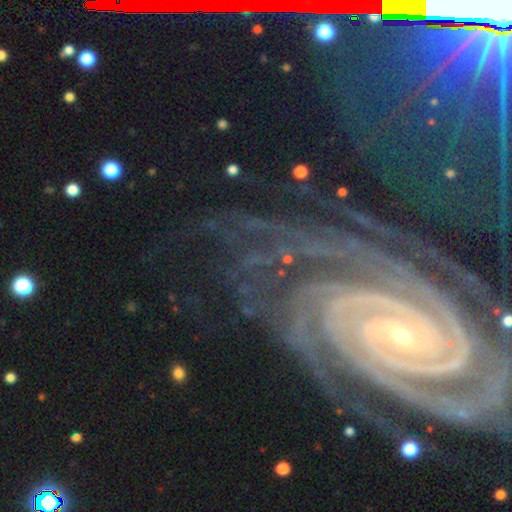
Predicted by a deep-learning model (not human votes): Smooth or featured?
  - featured or disk: 82% *
  - star or artifact: 12%
  - smooth: 6%
Edge-on disk?
  - no: 97% *
  - yes: 3%
Bar?
  - no: 47% *
  - weak: 28%
  - strong: 25%
Spiral arms?
  - yes: 98% *
  - no: 2%
Spiral winding?
  - tight: 78% *
  - medium: 18%
  - loose: 4%
Spiral arm count?
  - can't tell: 21% *
  - 2: 19%
  - more than 4: 17%
  - 4: 17%
  - 3: 16%
  - 1: 11%
Bulge size?
  - small: 79% *
  - moderate: 14%
  - none: 3%
  - large: 2%
  - dominant: 1%
Merging?
  - none: 72% *
  - minor disturbance: 14%
  - major disturbance: 11%
  - merger: 3%